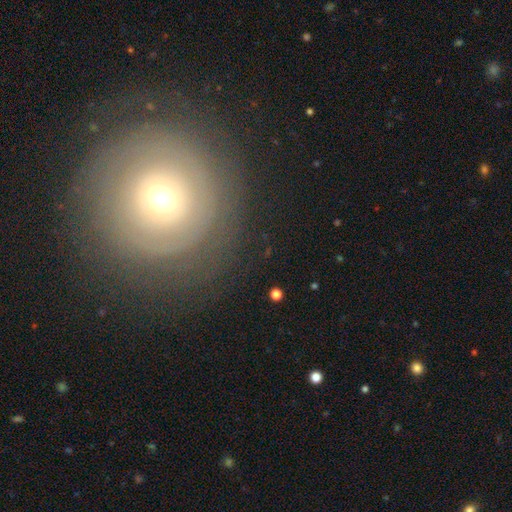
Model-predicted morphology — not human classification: This is possibly a featured or disk galaxy (50%). It is clearly not viewed edge-on (95%). Merging: clearly none (84%).